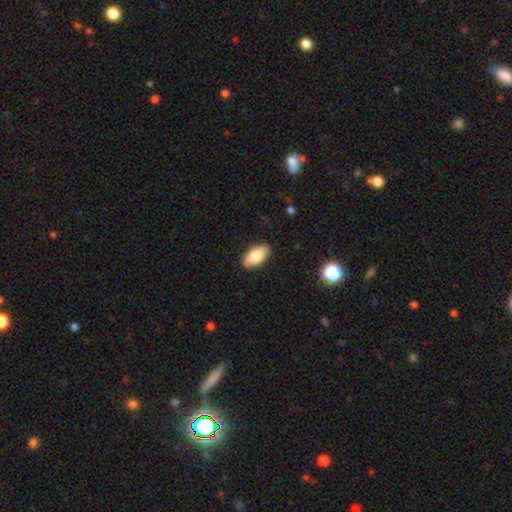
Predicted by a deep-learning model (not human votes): Smooth or featured?
  - smooth: 80% *
  - featured or disk: 13%
  - star or artifact: 7%
How rounded?
  - in between: 93% *
  - cigar-shaped: 4%
  - round: 3%
Merging?
  - none: 87% *
  - minor disturbance: 9%
  - major disturbance: 2%
  - merger: 1%